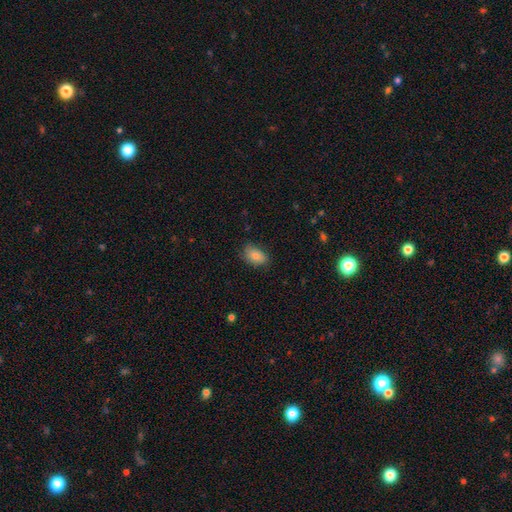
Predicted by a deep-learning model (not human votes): Overall: smooth (83%). How rounded: in between (89%). Merging: none (79%).